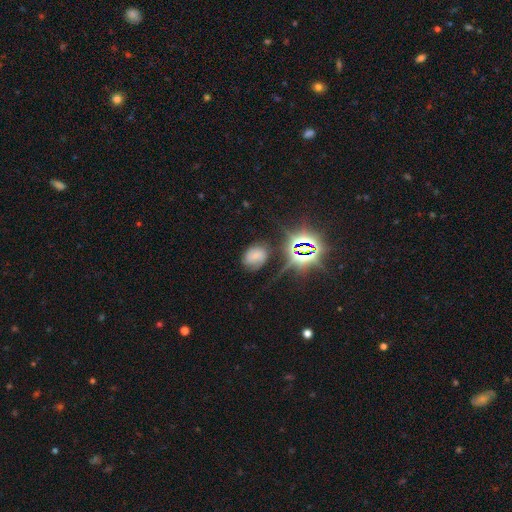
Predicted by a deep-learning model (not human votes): Smooth or featured? smooth (53%)
How rounded? in between (66%)
Merging? none (65%)